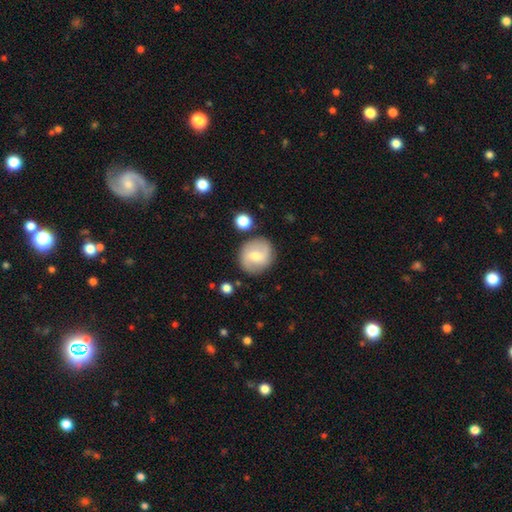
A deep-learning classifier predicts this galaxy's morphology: type=smooth (47%); merging=none (82%).